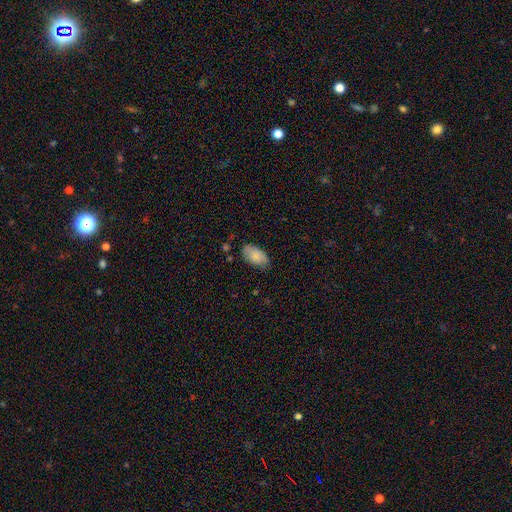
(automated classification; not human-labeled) Smooth or featured? smooth (81%)
How rounded? in between (94%)
Merging? none (69%)